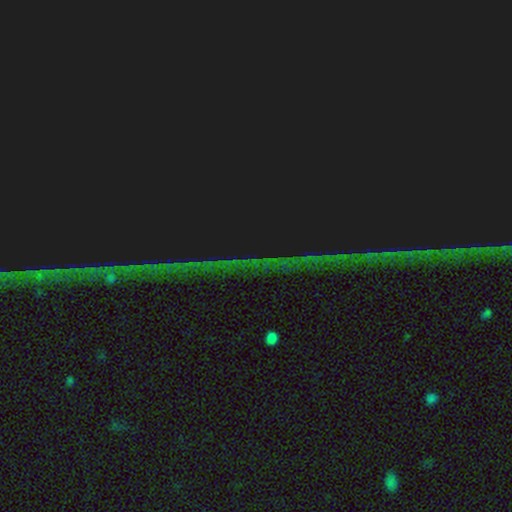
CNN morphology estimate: smooth-or-featured: star or artifact: 83% | featured or disk: 9% | smooth: 8%